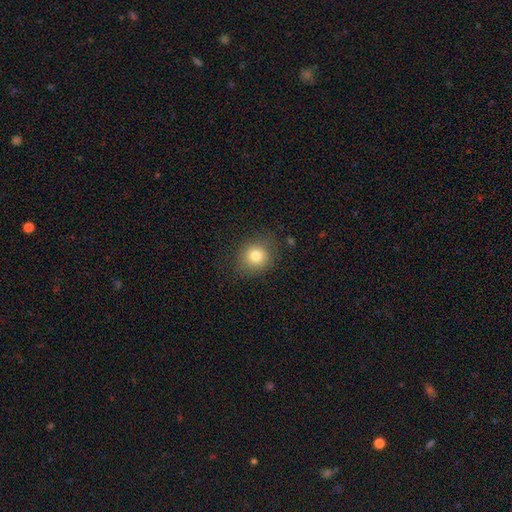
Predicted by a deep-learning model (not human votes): Overall: smooth (80%). How rounded: round (81%). Merging: none (82%).